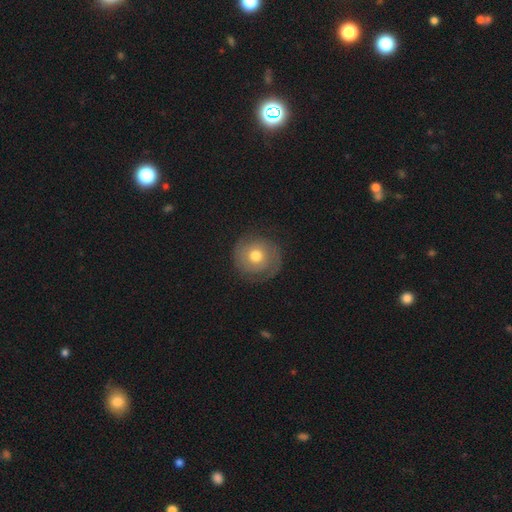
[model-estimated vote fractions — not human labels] Smooth or featured? featured or disk (56%)
Edge-on disk? no (97%)
Bar? no (83%)
Spiral arms? yes (79%)
Bulge size? moderate (76%)
Merging? none (79%)